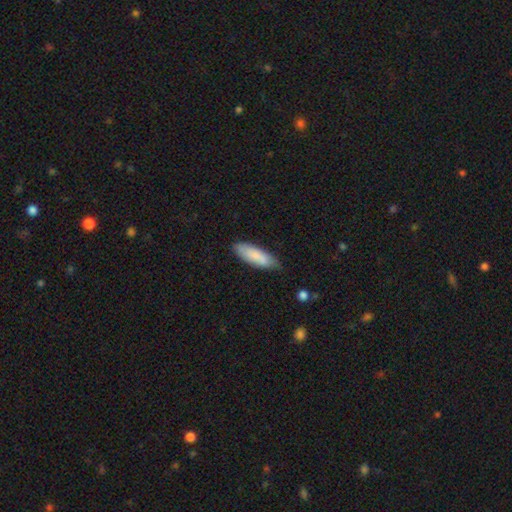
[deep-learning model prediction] Smooth or featured?
  - smooth: 83% *
  - featured or disk: 12%
  - star or artifact: 5%
How rounded?
  - in between: 57% *
  - cigar-shaped: 42%
  - round: 2%
Merging?
  - none: 77% *
  - minor disturbance: 18%
  - major disturbance: 3%
  - merger: 1%